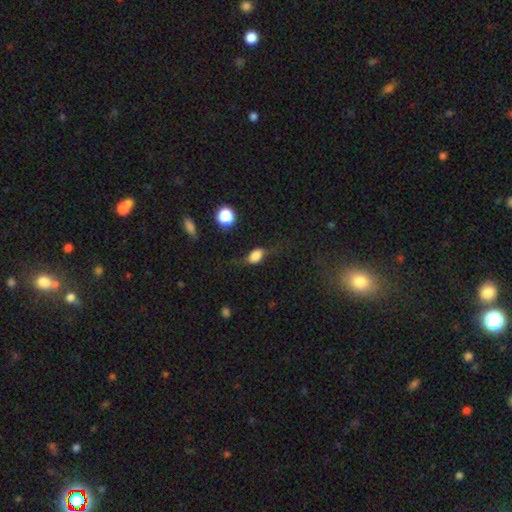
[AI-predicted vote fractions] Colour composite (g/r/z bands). It shows a smooth galaxy with no disk features (60%) that is in between round and cigar-shaped (71%). Merging: none (52%).